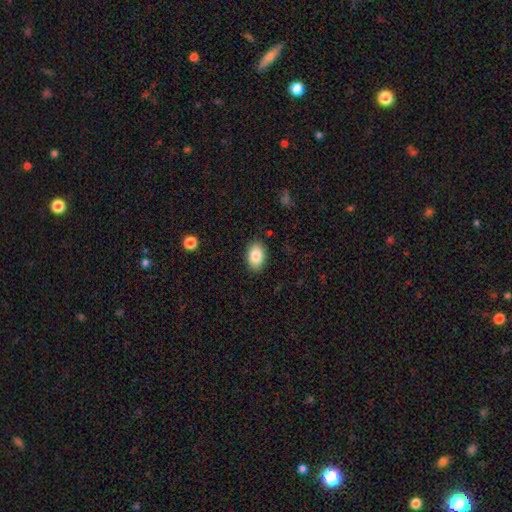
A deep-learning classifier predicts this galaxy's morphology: This appears to be a smooth galaxy with no disk features (86%) that is in between round and cigar-shaped (87%). Merging: none (87%).